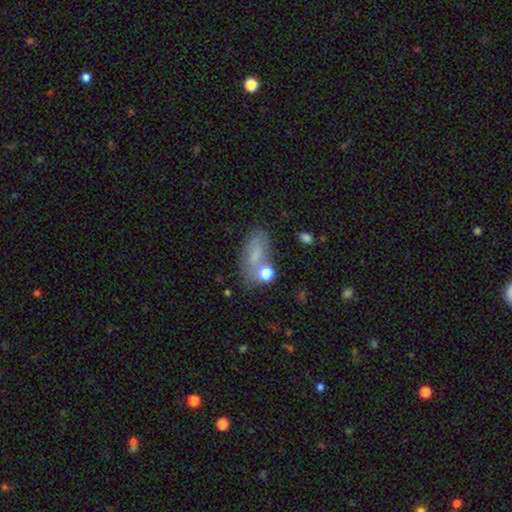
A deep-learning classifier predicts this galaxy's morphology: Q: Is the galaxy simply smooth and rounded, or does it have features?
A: smooth — 66%.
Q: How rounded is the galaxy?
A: in between — 84%.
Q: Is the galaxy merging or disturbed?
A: none — 58%.